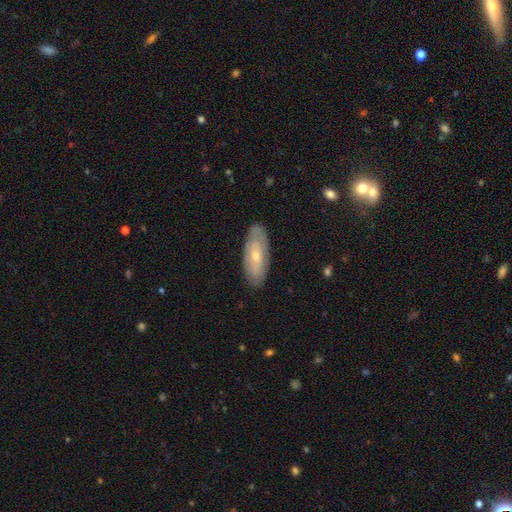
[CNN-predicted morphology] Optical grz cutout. It shows a featured or disk galaxy (49%). Merging: none (82%).